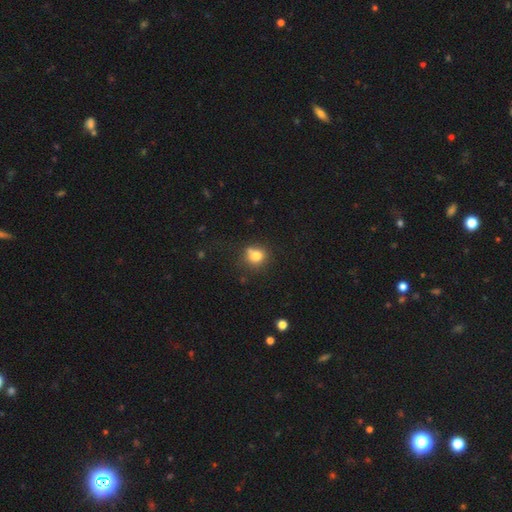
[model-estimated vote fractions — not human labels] A smooth galaxy with no disk features (79%) that is round (83%). Merging: none (65%).